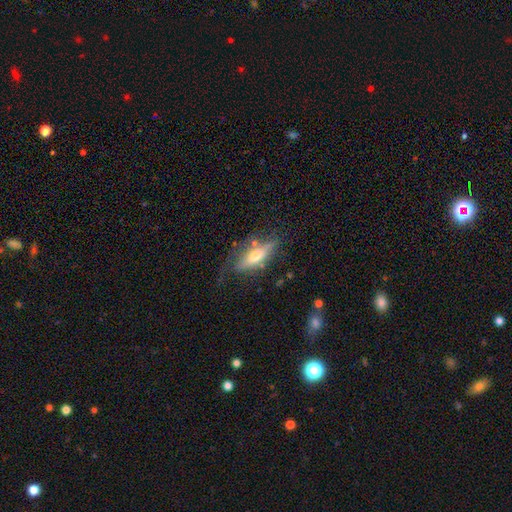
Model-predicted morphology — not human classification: featured or disk 52%, smooth 41%, star or artifact 7%. Down the decision tree: edge-on disk — yes (76%); merging — none (59%).